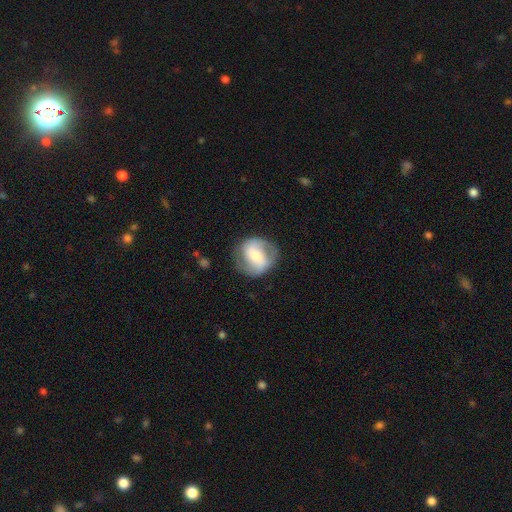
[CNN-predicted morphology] type=featured or disk (63%); edge-on=no (96%); bar=strong (40%); spiral arms=yes (75%); bulge=moderate (49%); merging=none (74%).